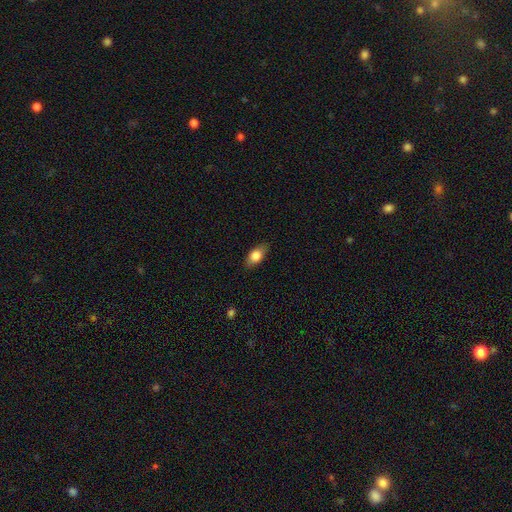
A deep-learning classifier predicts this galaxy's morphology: Smooth or featured? Predicted: smooth (p=0.79). How rounded? Predicted: in between (p=0.85). Merging? Predicted: none (p=0.83).